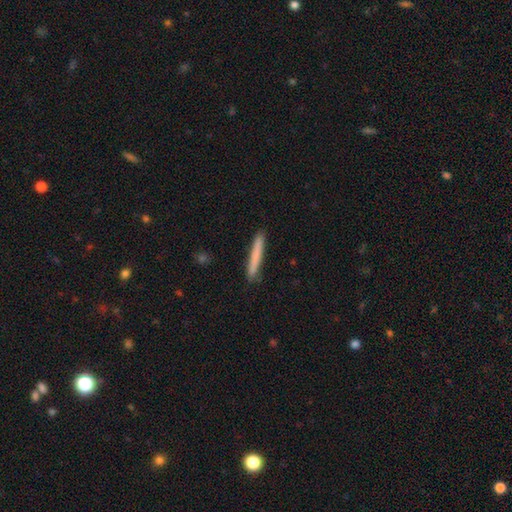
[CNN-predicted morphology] smooth-or-featured: smooth: 76% | featured or disk: 19% | star or artifact: 6%
  how-rounded: cigar-shaped: 97% | in between: 2% | round: 1%
  merging: none: 90% | minor disturbance: 8% | major disturbance: 1% | merger: 1%